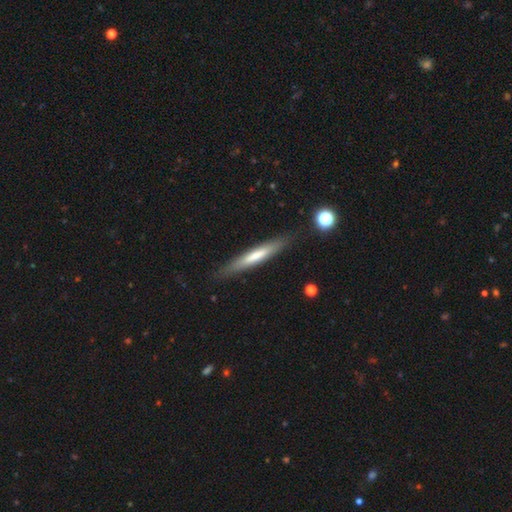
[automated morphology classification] type=smooth (57%); roundness=cigar-shaped (93%); merging=none (86%).